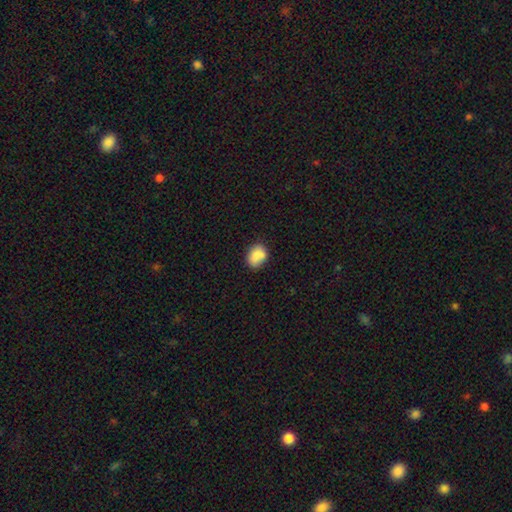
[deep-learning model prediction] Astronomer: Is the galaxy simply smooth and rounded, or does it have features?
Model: smooth — 81%.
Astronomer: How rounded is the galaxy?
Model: in between — 57% (runner-up: round, 42%).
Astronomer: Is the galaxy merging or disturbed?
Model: none — 62%.